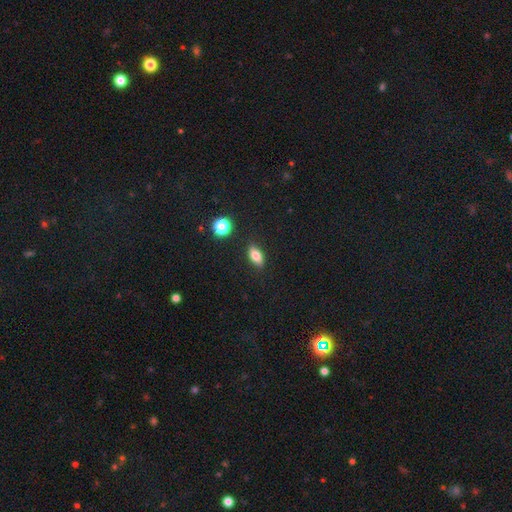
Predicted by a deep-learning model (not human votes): Q: Smooth or featured?
A: smooth (75%); runner-up: featured or disk (15%)
Q: How rounded?
A: in between (80%); runner-up: cigar-shaped (13%)
Q: Merging?
A: none (87%); runner-up: minor disturbance (9%)